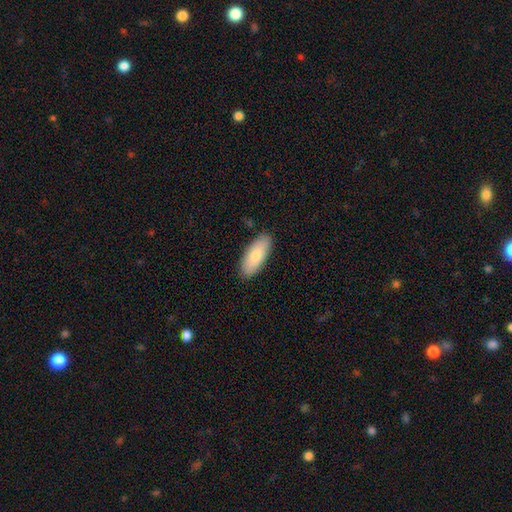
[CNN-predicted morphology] This is likely a smooth galaxy (79%). How rounded: likely in between (79%). Merging: clearly none (88%).